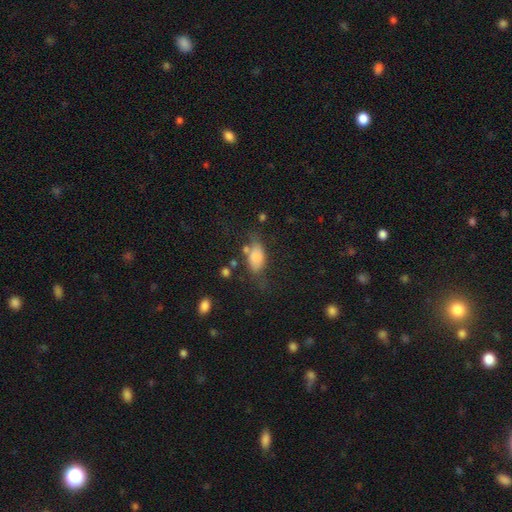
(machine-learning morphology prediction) Smooth or featured? smooth (74%)
How rounded? in between (86%)
Merging? none (51%)